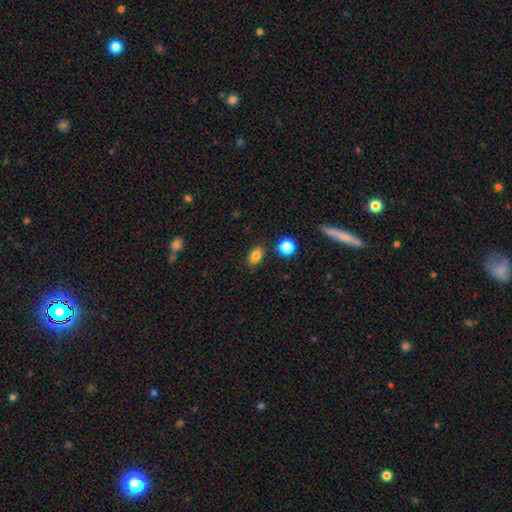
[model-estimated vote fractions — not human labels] A smooth galaxy with no disk features (83%) that is in between round and cigar-shaped (82%).

Vote fractions:
- Smooth or featured? smooth: 83% / star or artifact: 11% / featured or disk: 6%
- How rounded? in between: 82% / round: 16% / cigar-shaped: 2%
- Merging? none: 83% / minor disturbance: 10% / merger: 4% / major disturbance: 2%